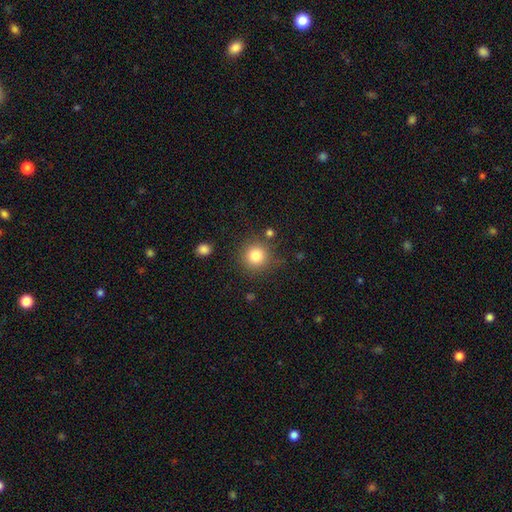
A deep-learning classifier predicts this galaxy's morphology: Smooth or featured: smooth — 82% (star or artifact — 11%)
How rounded: round — 94% (in between — 5%)
Merging: none — 84% (minor disturbance — 9%)